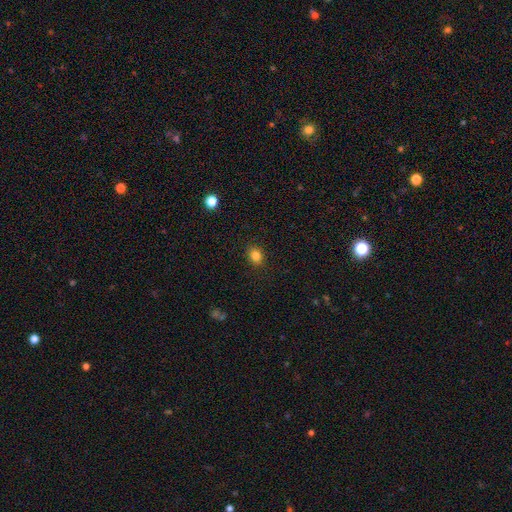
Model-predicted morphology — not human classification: Q: Smooth or featured?
A: smooth (83%); runner-up: star or artifact (12%)
Q: How rounded?
A: round (58%); runner-up: in between (41%)
Q: Merging?
A: none (89%); runner-up: minor disturbance (8%)